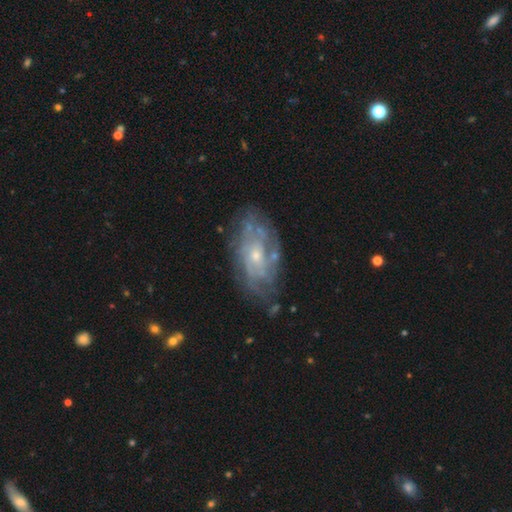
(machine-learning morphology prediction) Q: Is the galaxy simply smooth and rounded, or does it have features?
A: featured or disk — 77%.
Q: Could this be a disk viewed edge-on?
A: no — 93%.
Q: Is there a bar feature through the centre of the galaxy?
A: no — 78%.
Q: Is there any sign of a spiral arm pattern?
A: yes — 75%.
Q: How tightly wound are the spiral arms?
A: tight — 60%.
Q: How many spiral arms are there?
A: can't tell — 60%.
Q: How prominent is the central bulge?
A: small — 66%.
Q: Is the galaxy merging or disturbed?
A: none — 70%.